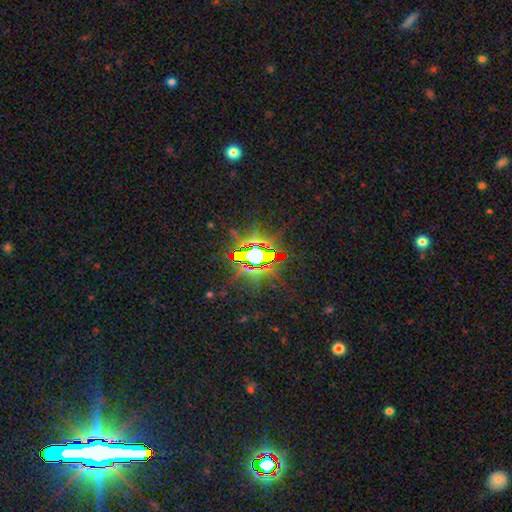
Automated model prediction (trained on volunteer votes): Smooth or featured? star or artifact (80%)